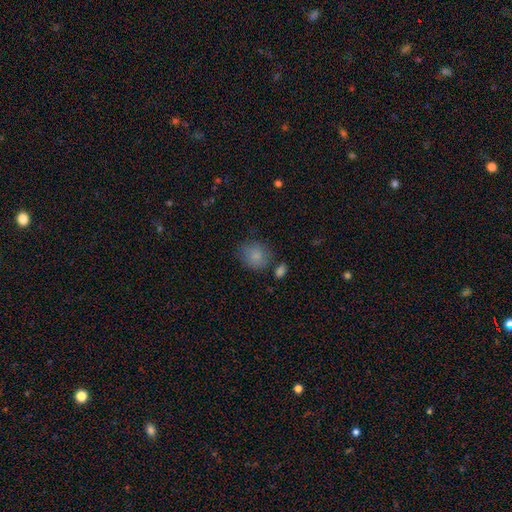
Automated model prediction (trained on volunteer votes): Smooth or featured?
  - smooth: 83% *
  - star or artifact: 10%
  - featured or disk: 8%
How rounded?
  - round: 75% *
  - in between: 24%
  - cigar-shaped: 1%
Merging?
  - none: 67% *
  - minor disturbance: 20%
  - merger: 7%
  - major disturbance: 6%